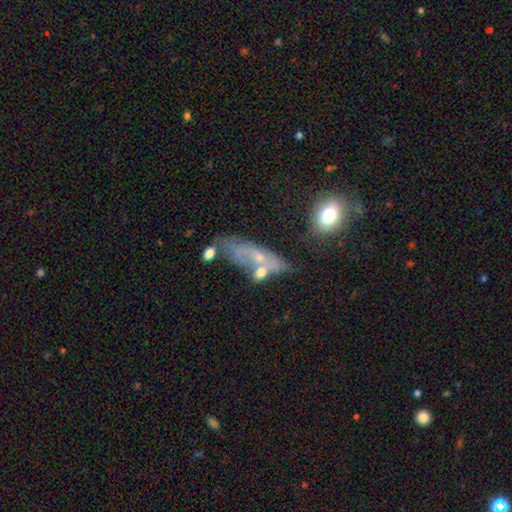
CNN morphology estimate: This is possibly a featured or disk galaxy (54%). It is likely not viewed edge-on (77%). Merging: marginally none (42%).